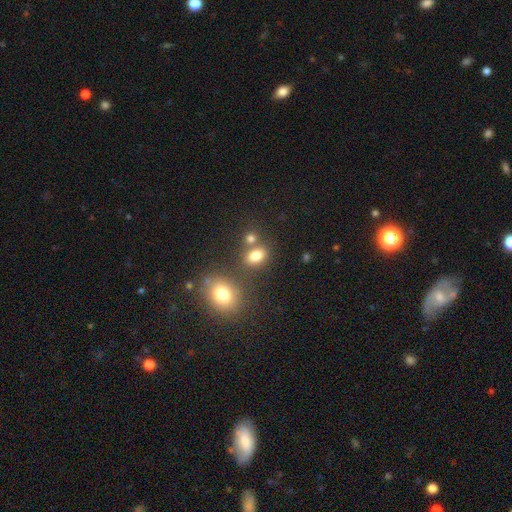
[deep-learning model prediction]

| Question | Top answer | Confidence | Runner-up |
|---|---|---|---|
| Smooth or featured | smooth | 80% | star or artifact (12%) |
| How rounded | in between | 70% | round (28%) |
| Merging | none | 60% | merger (23%) |